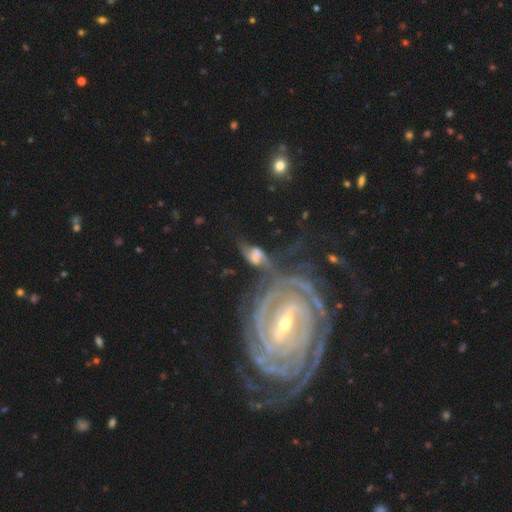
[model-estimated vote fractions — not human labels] smooth_or_featured: featured or disk (p=0.71) [alt: smooth p=0.18]
disk_edge_on: no (p=0.93) [alt: yes p=0.07]
bar: no (p=0.44) [alt: weak p=0.37]
has_spiral_arms: yes (p=0.85) [alt: no p=0.15]
spiral_winding: loose (p=0.41) [alt: medium p=0.34]
spiral_arm_count: 2 (p=0.72) [alt: can't tell p=0.12]
bulge_size: moderate (p=0.37) [alt: small p=0.30]
merging: merger (p=0.41) [alt: none p=0.23]